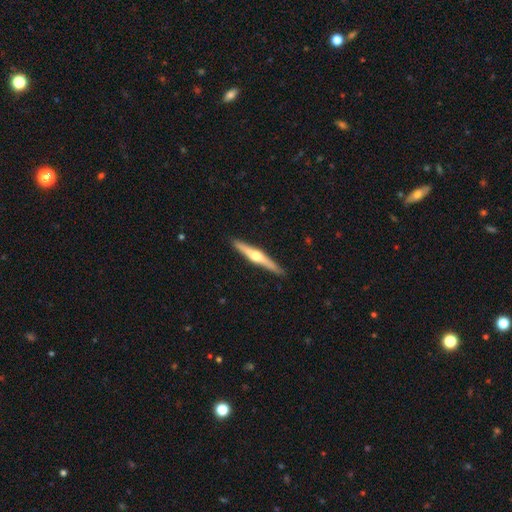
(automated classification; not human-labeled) featured or disk 69%, smooth 26%, star or artifact 5%. Down the decision tree: edge-on disk — yes (98%); edge-on bulge — rounded (92%); merging — none (90%).